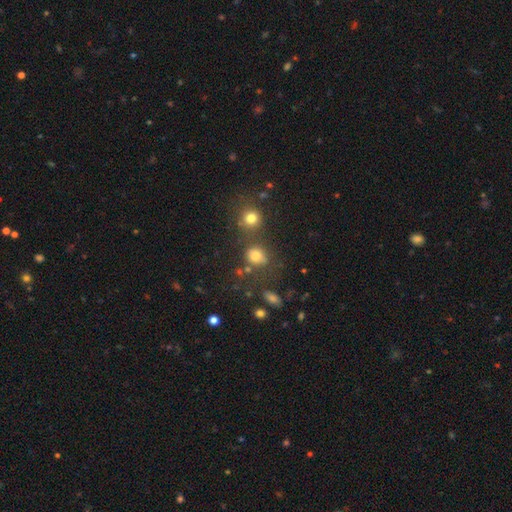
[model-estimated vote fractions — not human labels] This appears to be a smooth galaxy with no disk features (73%) that is round (68%). Merging: none (58%).